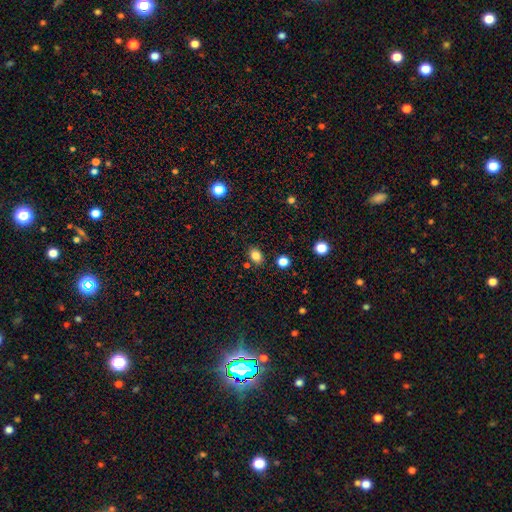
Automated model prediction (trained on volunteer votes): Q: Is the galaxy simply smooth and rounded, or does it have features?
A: smooth — 83%.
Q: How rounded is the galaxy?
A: in between — 62%.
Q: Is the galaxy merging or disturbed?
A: none — 83%.